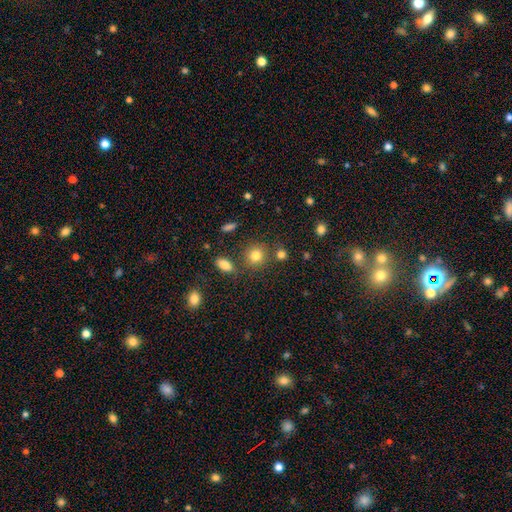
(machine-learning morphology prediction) A smooth galaxy with no disk features (81%) that is round (86%).

Vote fractions:
- Smooth or featured? smooth: 81% / star or artifact: 12% / featured or disk: 7%
- How rounded? round: 86% / in between: 13% / cigar-shaped: 1%
- Merging? none: 77% / merger: 10% / minor disturbance: 10% / major disturbance: 4%